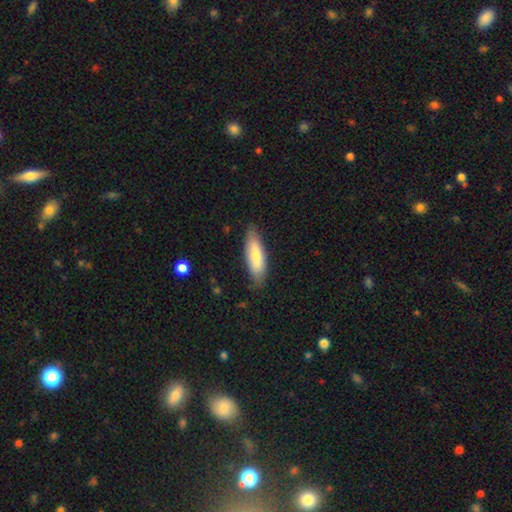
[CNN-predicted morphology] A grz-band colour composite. It shows a smooth galaxy with no disk features (73%) that is cigar-shaped (51%). Merging: none (84%).